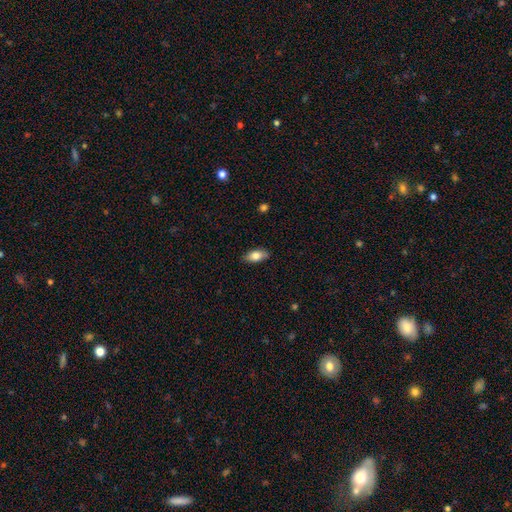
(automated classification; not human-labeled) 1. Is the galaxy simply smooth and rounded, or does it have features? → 80% smooth, 13% featured or disk, 7% star or artifact.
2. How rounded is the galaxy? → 89% in between, 8% cigar-shaped, 4% round.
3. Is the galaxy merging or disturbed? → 86% none, 11% minor disturbance, 2% major disturbance, 1% merger.